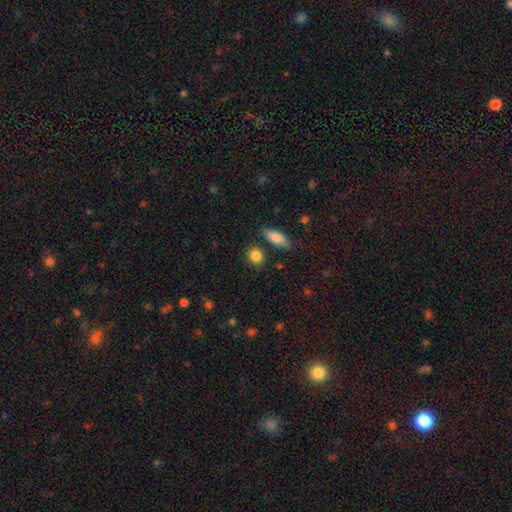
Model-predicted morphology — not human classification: The model was most divided on "how rounded": round: 66%, in between: 32%, cigar-shaped: 3%. More confident: smooth or featured — smooth (86%); merging — none (80%).